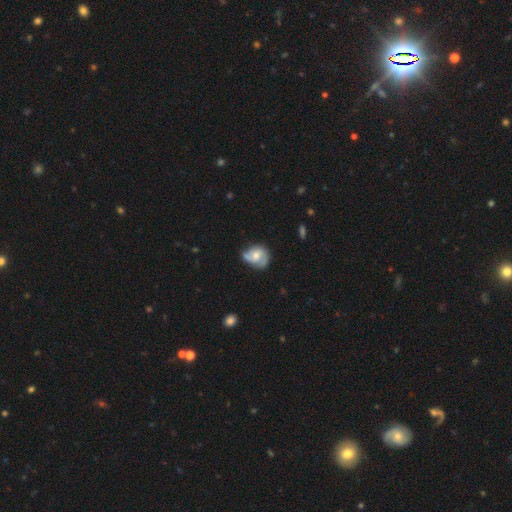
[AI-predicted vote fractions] A featured or disk galaxy (62%) with no bar (60%), 2 (62%) medium (44%) spiral arms (86%) and a moderate central bulge (56%).

Vote fractions:
- Smooth or featured? featured or disk: 62% / smooth: 32% / star or artifact: 7%
- Edge-on disk? no: 97% / yes: 3%
- Bar? no: 60% / weak: 34% / strong: 6%
- Spiral arms? yes: 86% / no: 14%
- Spiral winding? medium: 44% / tight: 31% / loose: 25%
- Spiral arm count? 2: 62% / can't tell: 15% / 1: 11% / 3: 9% / 4: 2% / more than 4: 1%
- Bulge size? moderate: 56% / small: 34% / large: 5% / none: 4% / dominant: 1%
- Merging? none: 50% / minor disturbance: 32% / major disturbance: 14% / merger: 4%